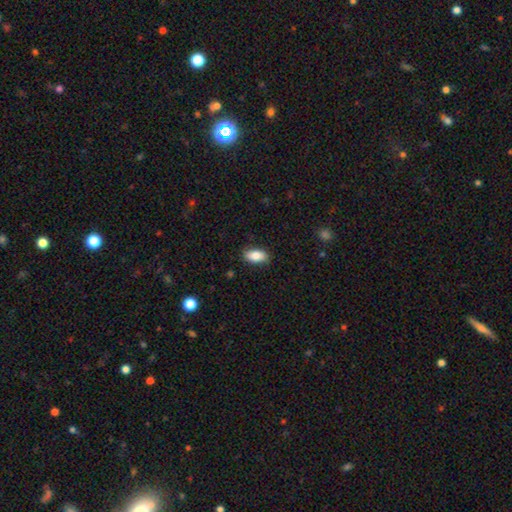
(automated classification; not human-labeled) Smooth or featured? Predicted: smooth (p=0.81). How rounded? Predicted: in between (p=0.91). Merging? Predicted: none (p=0.85).